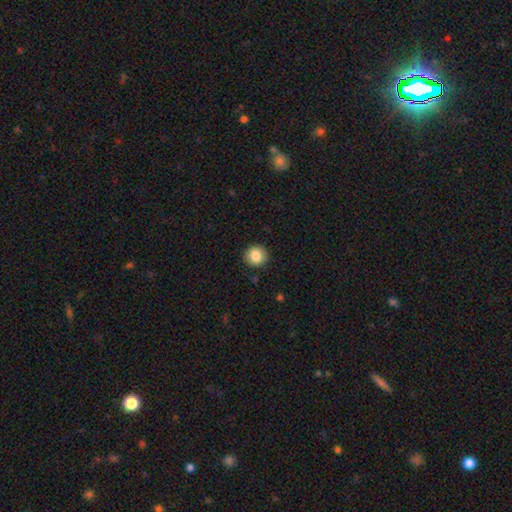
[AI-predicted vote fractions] The model was most divided on "smooth or featured": smooth: 86%, star or artifact: 9%, featured or disk: 5%. More confident: merging — none (91%); how rounded — round (91%).